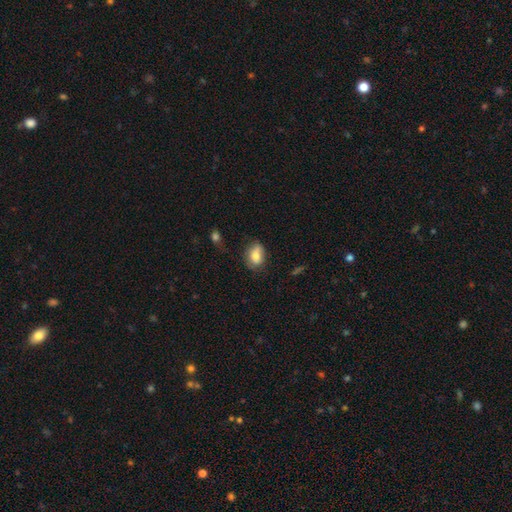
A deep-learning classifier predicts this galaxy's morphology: This is likely a smooth galaxy (78%). How rounded: likely in between (76%). Merging: likely none (60%).